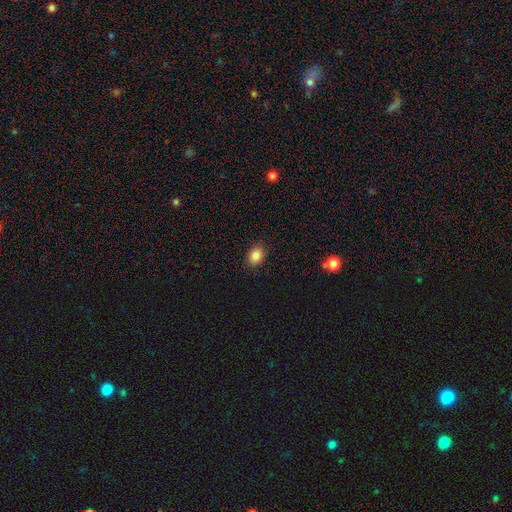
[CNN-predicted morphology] smooth 86%, star or artifact 10%, featured or disk 4%. Down the decision tree: how rounded — in between (64%); merging — none (87%).